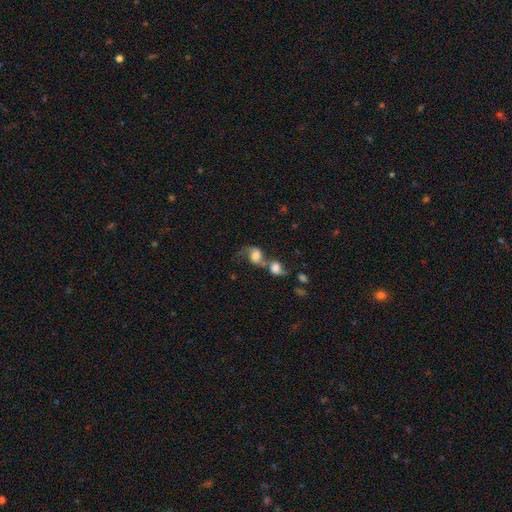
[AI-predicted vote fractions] featured or disk 46%, smooth 43%, star or artifact 11%. Down the decision tree: merging — merger (71%).